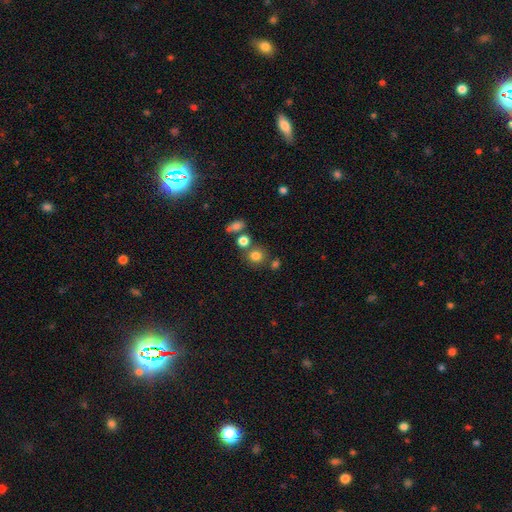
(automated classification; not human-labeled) Smooth or featured: smooth — 79% (star or artifact — 14%)
How rounded: round — 82% (in between — 17%)
Merging: none — 67% (merger — 18%)